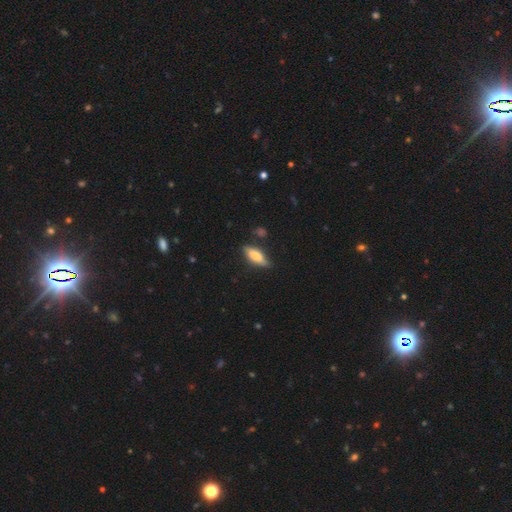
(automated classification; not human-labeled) Smooth or featured: smooth — 72% (featured or disk — 22%)
How rounded: in between — 58% (cigar-shaped — 39%)
Merging: none — 77% (minor disturbance — 17%)